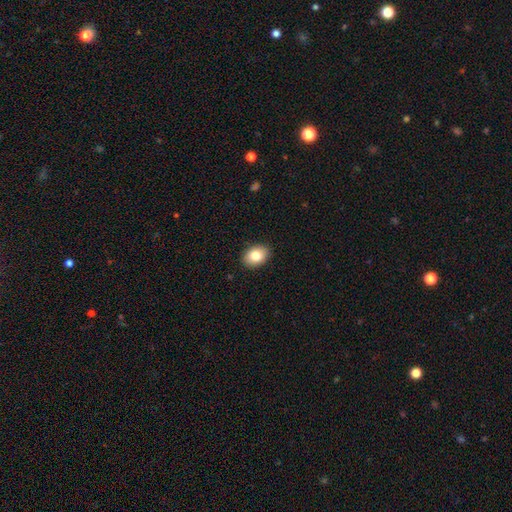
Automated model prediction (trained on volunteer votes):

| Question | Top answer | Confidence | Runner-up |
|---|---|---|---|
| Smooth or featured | smooth | 82% | featured or disk (10%) |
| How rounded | in between | 76% | round (23%) |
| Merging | none | 90% | minor disturbance (7%) |